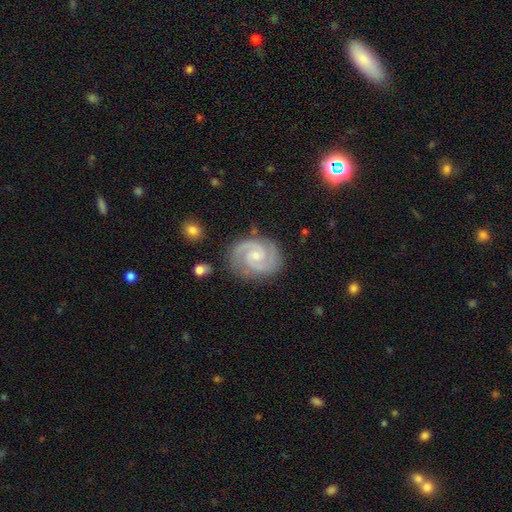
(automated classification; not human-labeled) Morphology: type=featured or disk (90%); edge-on=no (98%); bar=no (56%); spiral arms=yes (98%); winding=tight (50%); arm count=2 (91%); bulge=small (65%); merging=none (82%).